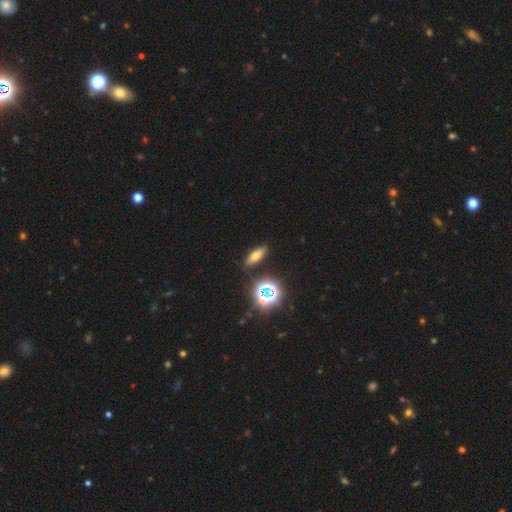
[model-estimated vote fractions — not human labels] Morphology: type=smooth (56%); roundness=in between (51%); merging=none (88%).